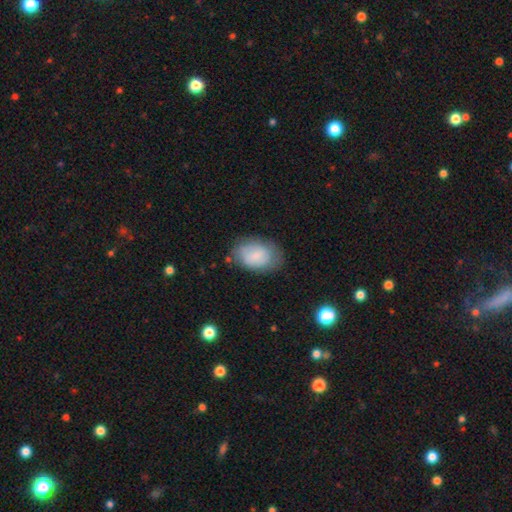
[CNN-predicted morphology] Q: Smooth or featured?
A: smooth (78%); runner-up: featured or disk (15%)
Q: How rounded?
A: in between (87%); runner-up: round (12%)
Q: Merging?
A: none (69%); runner-up: minor disturbance (22%)